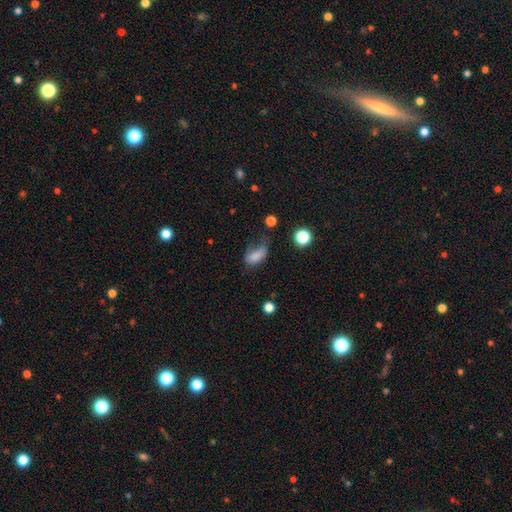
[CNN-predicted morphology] This is likely a smooth galaxy (76%). How rounded: clearly in between (86%). Merging: marginally major disturbance (33%, tied with minor disturbance).